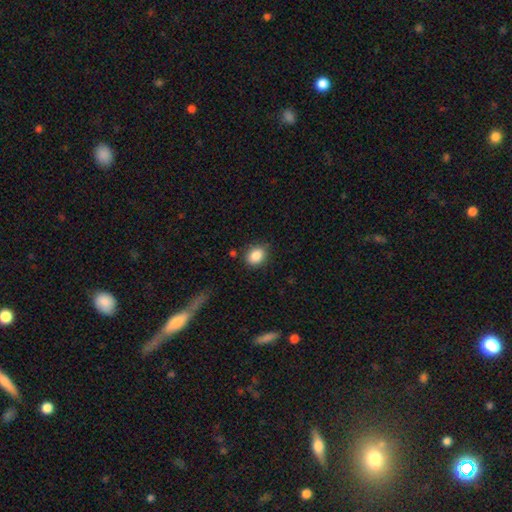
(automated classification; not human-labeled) Smooth or featured? Predicted: smooth (p=0.86). How rounded? Predicted: in between (p=0.52). Merging? Predicted: none (p=0.82).